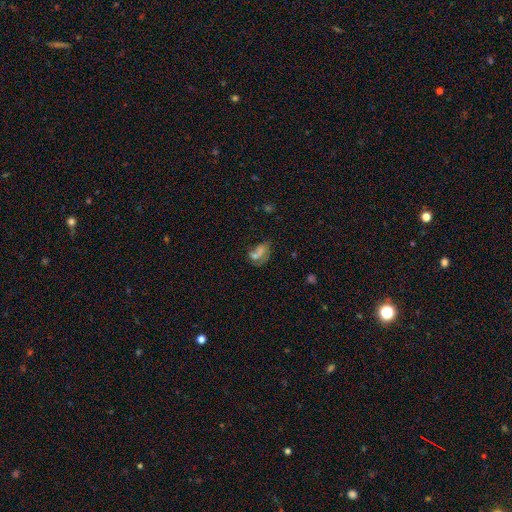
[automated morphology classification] Smooth or featured: smooth — 46% (featured or disk — 30%)
Merging: none — 36% (merger — 24%)